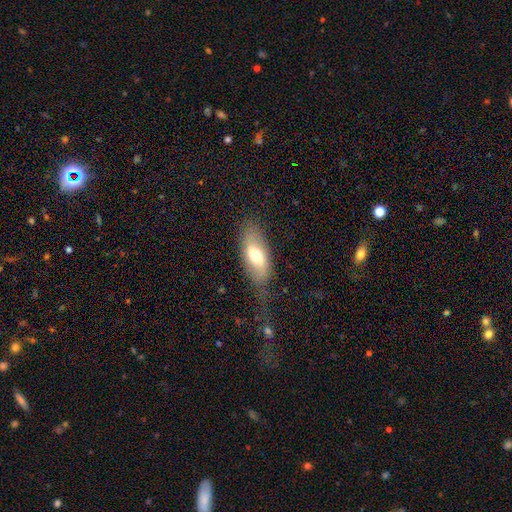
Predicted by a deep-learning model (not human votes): This appears to be a smooth galaxy with no disk features (63%) that is in between round and cigar-shaped (85%). Merging: none (64%).